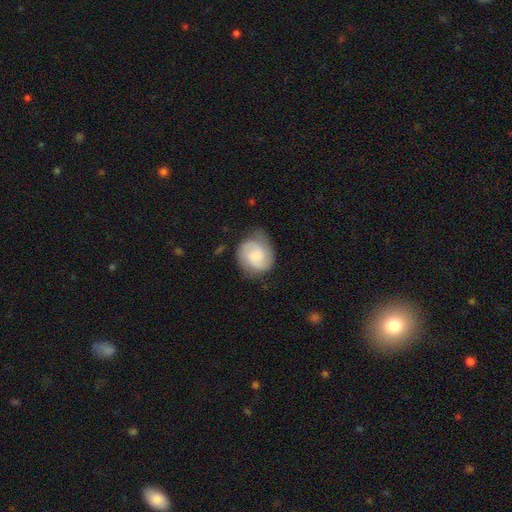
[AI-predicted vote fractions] The model was most divided on "bar" (2-way tie): weak: 46%, no: 46%, strong: 8%. Remaining: edge-on disk — no (98%); spiral arms — yes (95%); spiral arm count — 2 (84%); merging — none (67%); smooth or featured — featured or disk (65%); spiral winding — medium (48%); bulge size — small (38%).